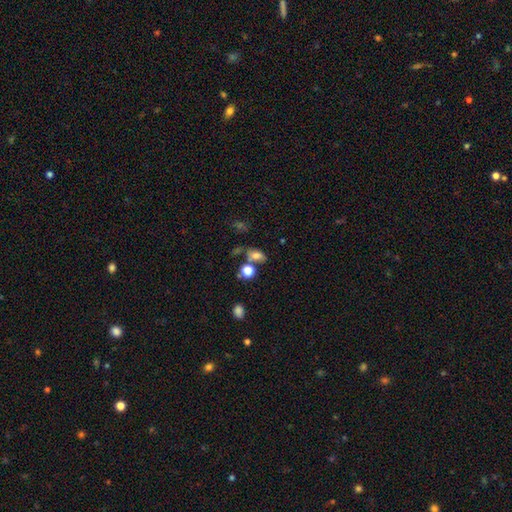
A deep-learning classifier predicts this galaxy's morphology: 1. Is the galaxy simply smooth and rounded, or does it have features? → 72% smooth, 15% star or artifact, 13% featured or disk.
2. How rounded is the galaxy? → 74% in between, 23% round, 3% cigar-shaped.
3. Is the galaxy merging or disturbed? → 51% none, 24% merger, 17% minor disturbance, 8% major disturbance.